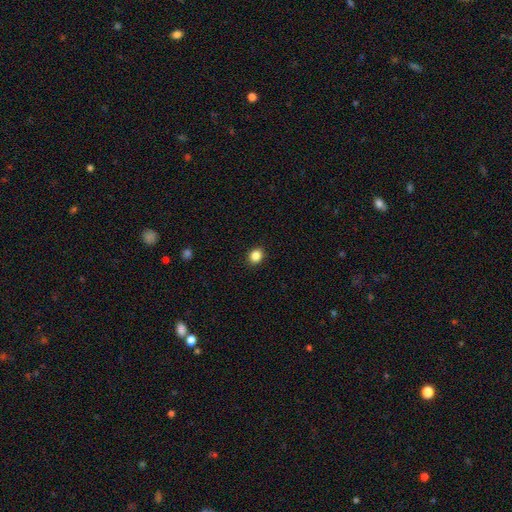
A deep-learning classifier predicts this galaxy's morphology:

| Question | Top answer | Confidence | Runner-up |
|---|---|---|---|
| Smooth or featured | smooth | 86% | star or artifact (10%) |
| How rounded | round | 56% | in between (43%) |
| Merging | none | 91% | minor disturbance (7%) |